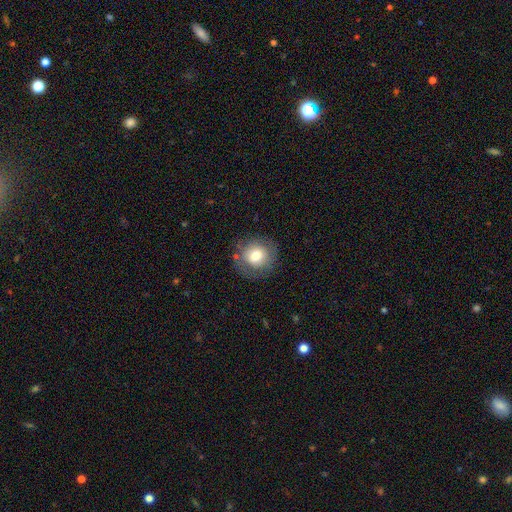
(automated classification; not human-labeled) Overall: smooth (73%). How rounded: round (85%). Merging: none (77%).